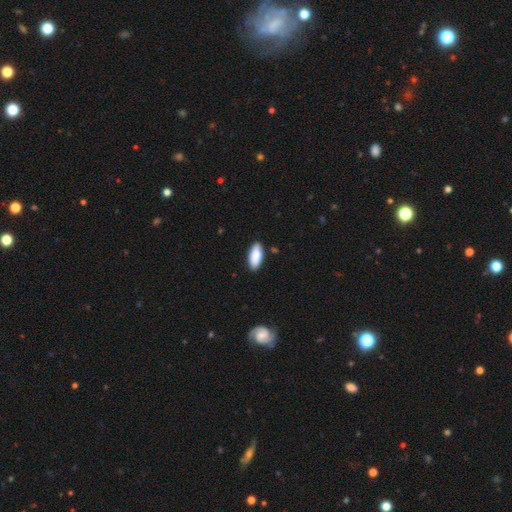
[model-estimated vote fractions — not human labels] Smooth or featured?
  - smooth: 87% *
  - featured or disk: 7%
  - star or artifact: 6%
How rounded?
  - in between: 85% *
  - cigar-shaped: 14%
  - round: 2%
Merging?
  - none: 86% *
  - minor disturbance: 11%
  - major disturbance: 2%
  - merger: 2%